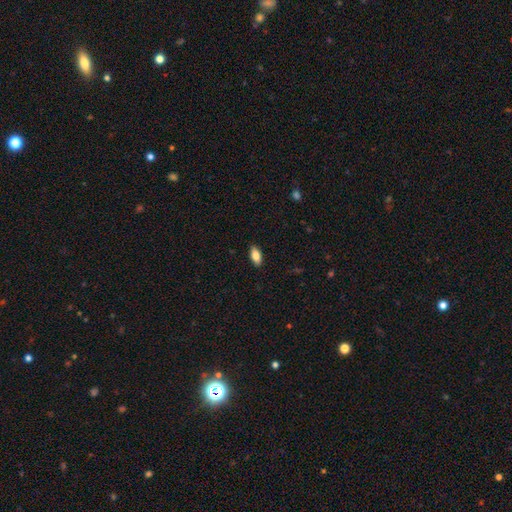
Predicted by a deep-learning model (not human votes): Smooth or featured? Predicted: smooth (p=0.79). How rounded? Predicted: in between (p=0.87). Merging? Predicted: none (p=0.89).